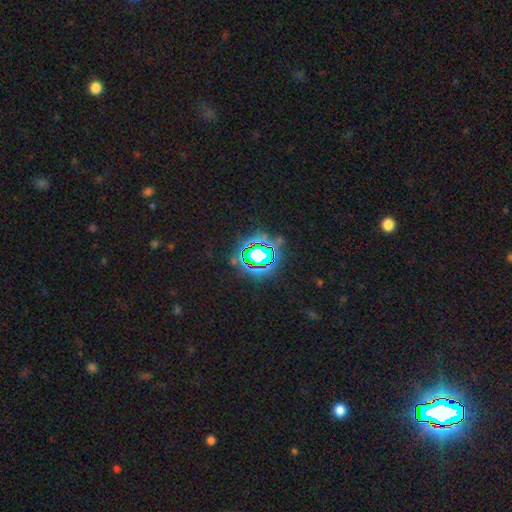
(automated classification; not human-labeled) Smooth or featured? star or artifact (73%)